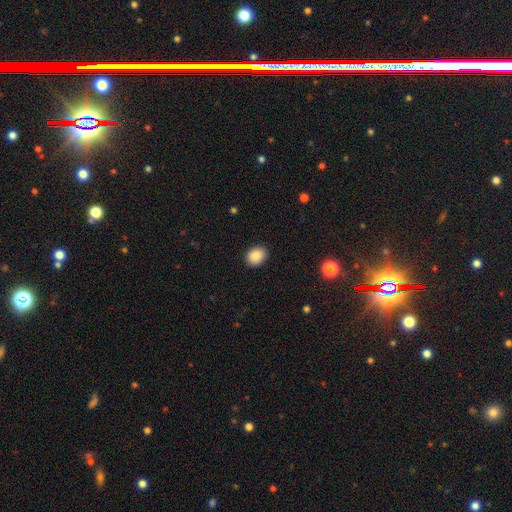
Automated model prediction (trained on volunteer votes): Smooth or featured? smooth (88%)
How rounded? in between (59%)
Merging? none (89%)